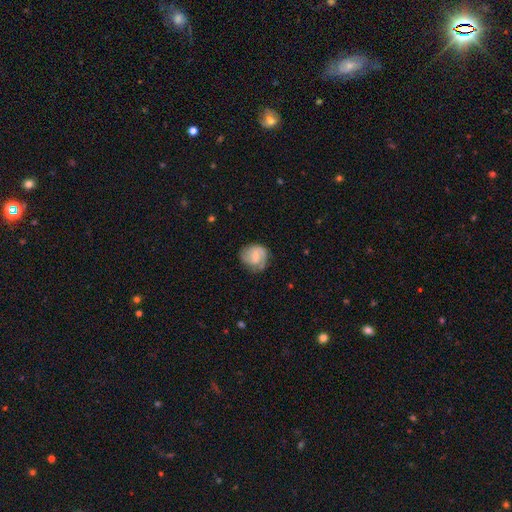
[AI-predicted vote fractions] smooth-or-featured: featured or disk: 61% | smooth: 32% | star or artifact: 6%
  disk-edge-on: no: 98% | yes: 2%
    bar: weak: 46% | no: 44% | strong: 10%
    has-spiral-arms: yes: 88% | no: 12%
      spiral-winding: medium: 42% | tight: 41% | loose: 17%
      spiral-arm-count: 2: 61% | can't tell: 18% | 3: 9% | 1: 8% | 4: 2% | more than 4: 2%
    bulge-size: small: 51% | moderate: 42% | none: 4% | large: 2% | dominant: 1%
  merging: none: 65% | minor disturbance: 25% | major disturbance: 9% | merger: 1%